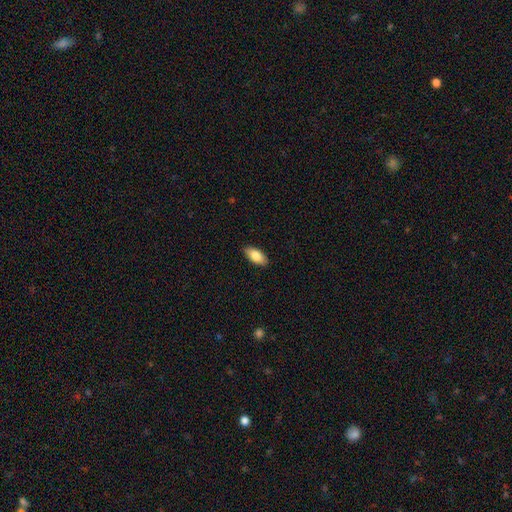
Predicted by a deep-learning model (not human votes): Q: Smooth or featured?
A: smooth (83%); runner-up: featured or disk (11%)
Q: How rounded?
A: in between (90%); runner-up: cigar-shaped (8%)
Q: Merging?
A: none (89%); runner-up: minor disturbance (8%)